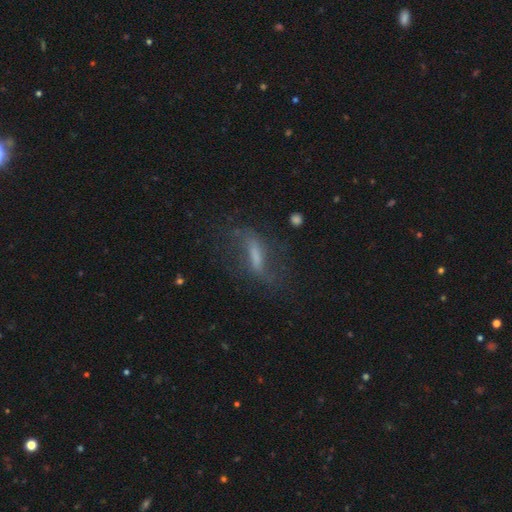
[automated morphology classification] featured or disk 55%, smooth 33%, star or artifact 12%. Down the decision tree: edge-on disk — no (76%); merging — none (58%).